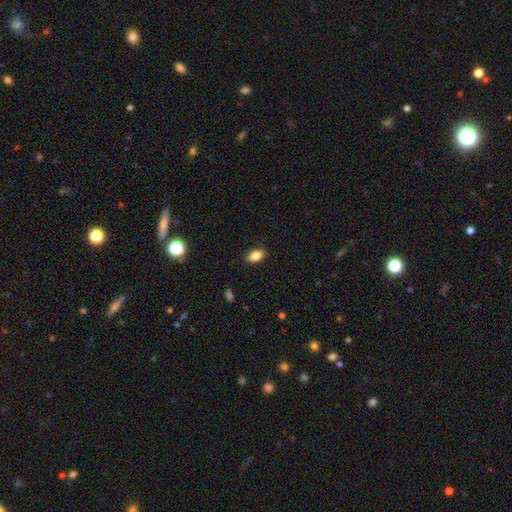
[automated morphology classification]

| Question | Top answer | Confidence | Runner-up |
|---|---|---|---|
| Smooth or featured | smooth | 86% | star or artifact (9%) |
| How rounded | in between | 89% | round (7%) |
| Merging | none | 88% | minor disturbance (9%) |